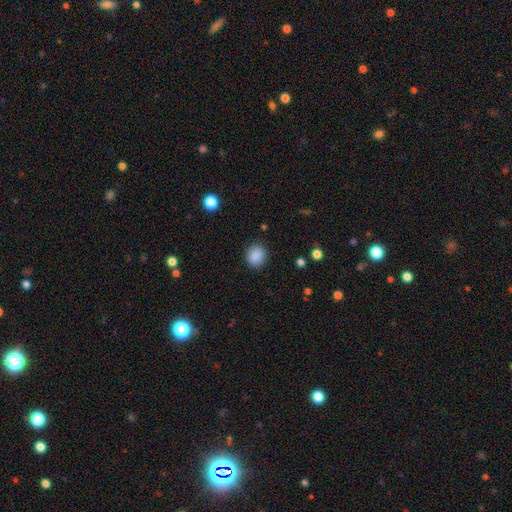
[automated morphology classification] type=smooth (88%); roundness=round (69%); merging=none (88%).